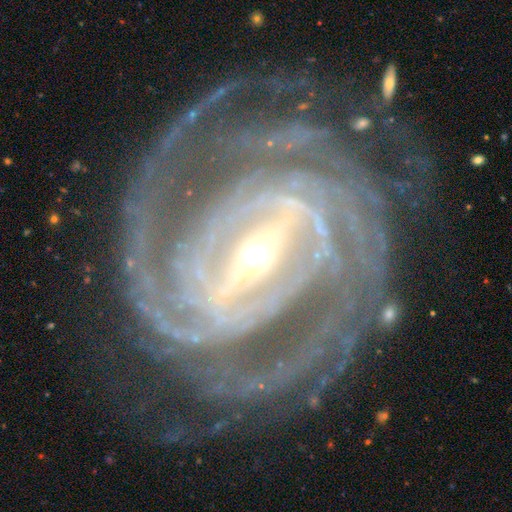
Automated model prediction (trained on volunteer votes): The model was most divided on "spiral arm count": 4: 24%, 3: 20%, 2: 19%, can't tell: 15%, more than 4: 14%, 1: 8%. More confident: spiral arms — yes (98%); edge-on disk — no (97%); smooth or featured — featured or disk (93%); spiral winding — tight (82%); merging — none (79%); bar — strong (74%); bulge size — small (56%).